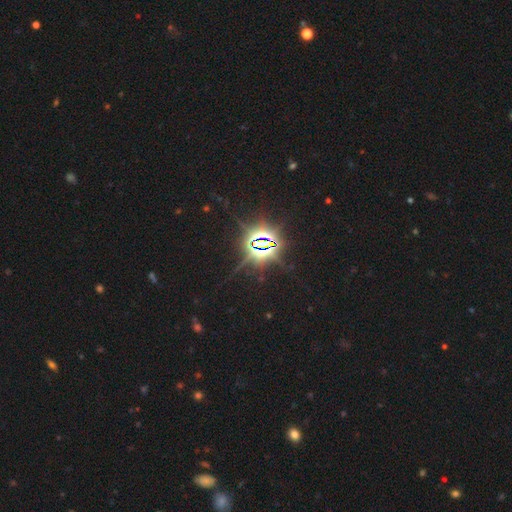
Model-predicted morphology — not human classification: Smooth or featured: star or artifact — 85% (smooth — 8%)